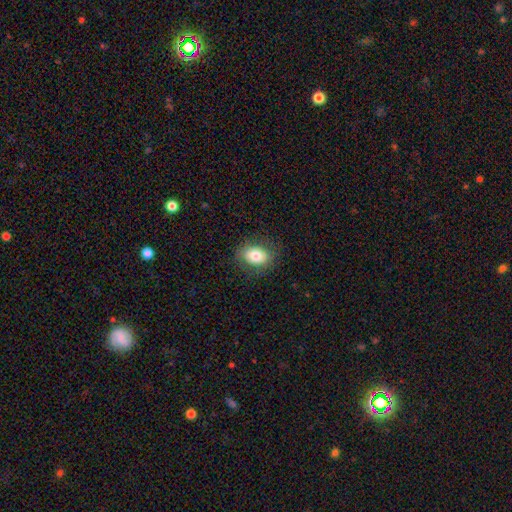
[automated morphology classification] Smooth or featured: smooth — 80% (featured or disk — 11%)
How rounded: in between — 73% (round — 26%)
Merging: none — 83% (minor disturbance — 12%)